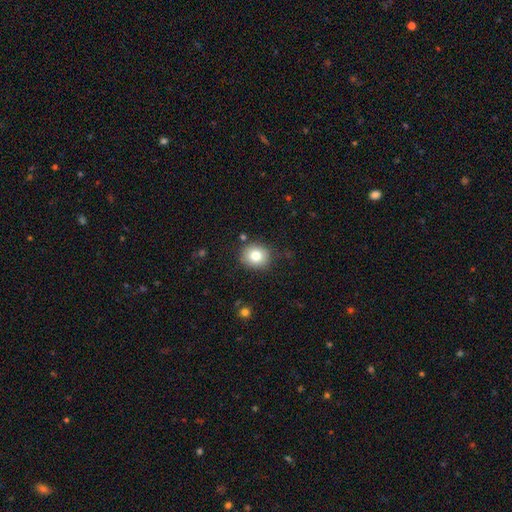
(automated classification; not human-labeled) smooth-or-featured: smooth: 79% | star or artifact: 10% | featured or disk: 10%
  how-rounded: round: 78% | in between: 22% | cigar-shaped: 1%
  merging: none: 85% | minor disturbance: 10% | major disturbance: 3% | merger: 2%